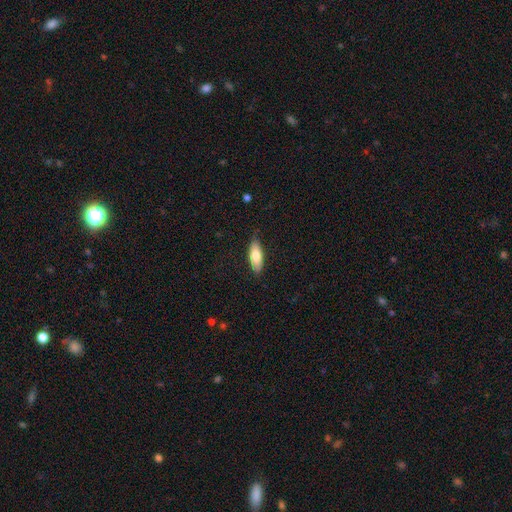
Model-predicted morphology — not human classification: A smooth galaxy with no disk features (75%) that is in between round and cigar-shaped (69%). Merging: none (83%).